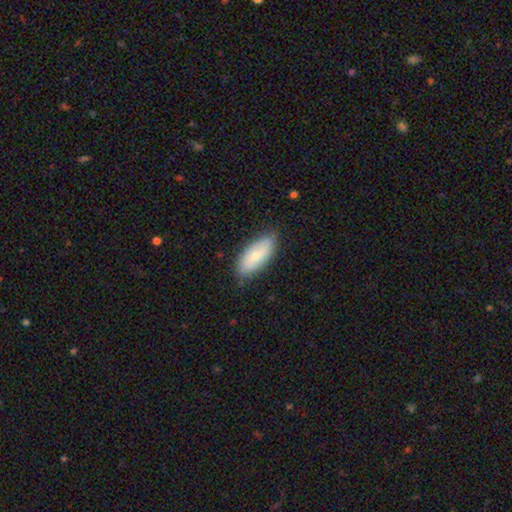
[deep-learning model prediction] This is likely a smooth galaxy (69%). How rounded: clearly in between (85%). Merging: clearly none (80%).